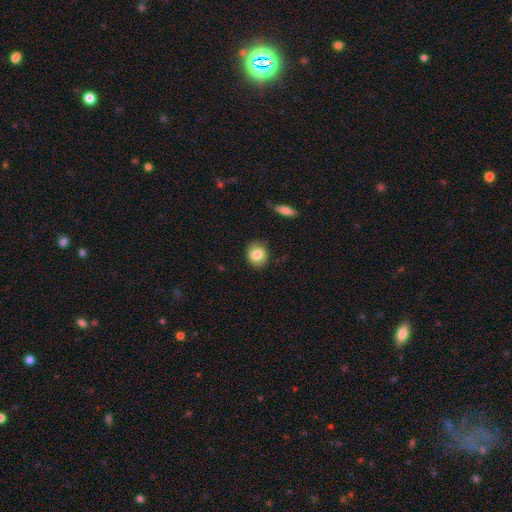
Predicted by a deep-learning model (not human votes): Q: Smooth or featured?
A: smooth (82%); runner-up: featured or disk (10%)
Q: How rounded?
A: round (70%); runner-up: in between (29%)
Q: Merging?
A: none (86%); runner-up: minor disturbance (10%)